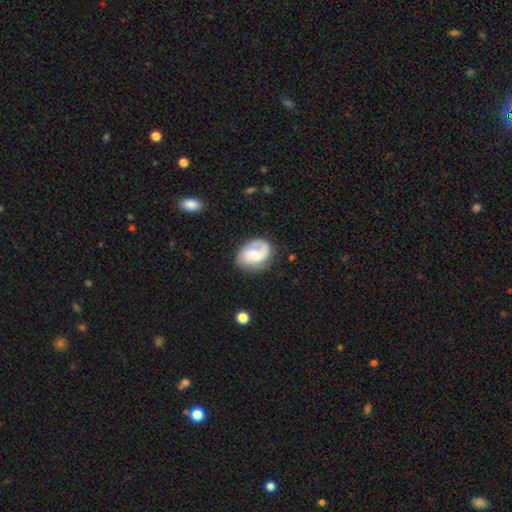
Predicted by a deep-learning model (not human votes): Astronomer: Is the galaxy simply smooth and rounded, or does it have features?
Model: featured or disk — 64%.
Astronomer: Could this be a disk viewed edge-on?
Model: no — 98%.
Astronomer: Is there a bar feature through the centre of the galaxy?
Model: no — 51% (runner-up: weak, 40%).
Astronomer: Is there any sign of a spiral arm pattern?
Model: yes — 90%.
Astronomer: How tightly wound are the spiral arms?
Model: medium — 42% (runner-up: loose, 32%).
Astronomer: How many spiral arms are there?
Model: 2 — 46% (runner-up: 1, 41%).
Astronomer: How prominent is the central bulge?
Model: small — 40% (runner-up: moderate, 32%).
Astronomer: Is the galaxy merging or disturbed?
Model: none — 64%.